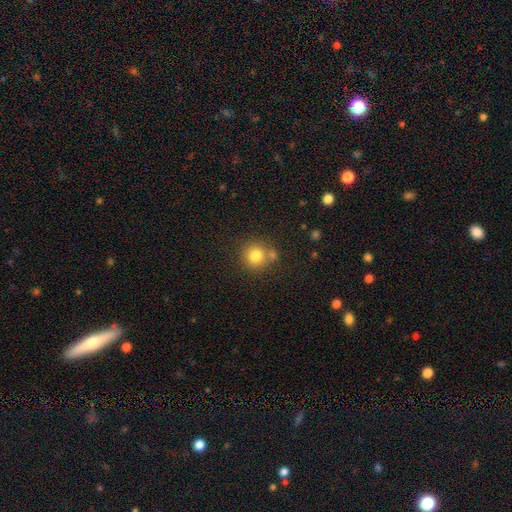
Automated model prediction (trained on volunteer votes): Smooth or featured? Predicted: smooth (p=0.80). How rounded? Predicted: round (p=0.92). Merging? Predicted: none (p=0.69).